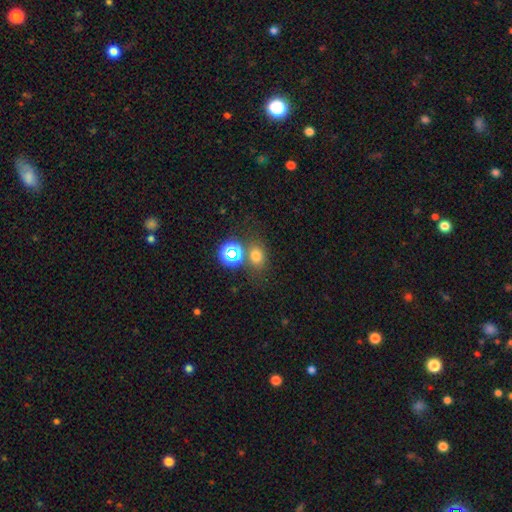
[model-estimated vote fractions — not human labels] Smooth or featured? Predicted: smooth (p=0.68). How rounded? Predicted: round (p=0.57). Merging? Predicted: none (p=0.69).